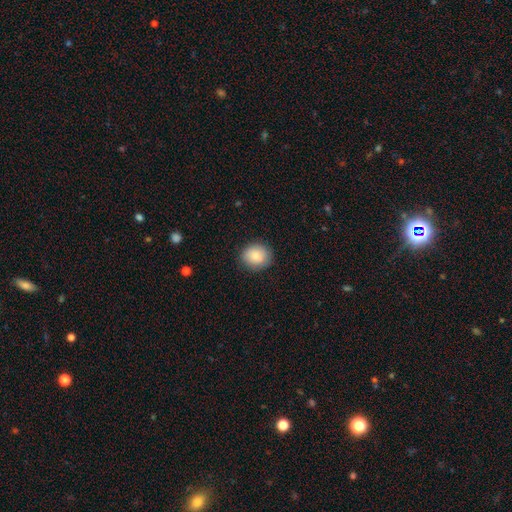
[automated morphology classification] smooth 87%, star or artifact 7%, featured or disk 6%. Down the decision tree: how rounded — round (71%); merging — none (87%).